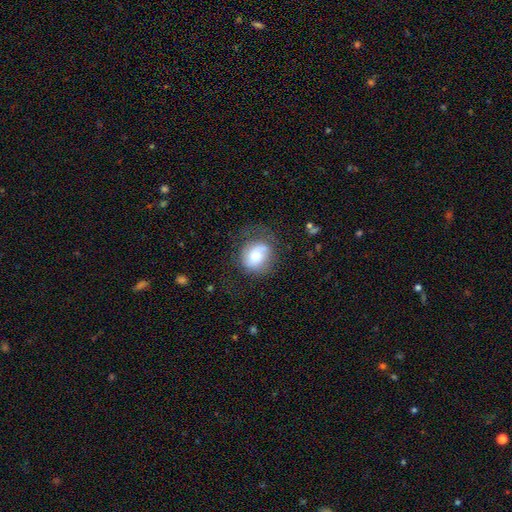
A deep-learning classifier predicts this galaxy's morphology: smooth-or-featured: smooth: 58% | featured or disk: 33% | star or artifact: 9%
  how-rounded: round: 65% | in between: 34% | cigar-shaped: 1%
  merging: none: 50% | minor disturbance: 26% | major disturbance: 21% | merger: 2%